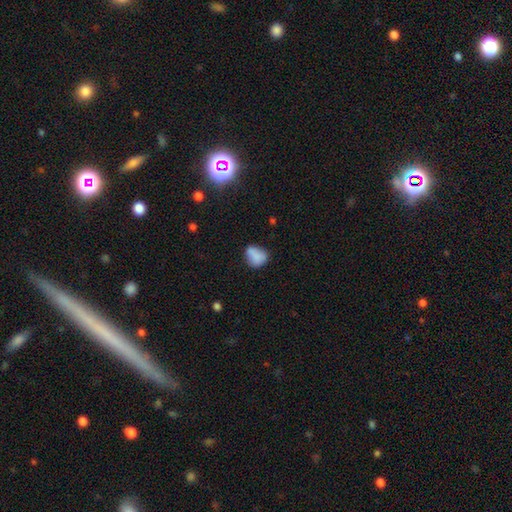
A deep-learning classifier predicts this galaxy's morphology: Overall: smooth (79%). How rounded: round (50%; in between 48%). Merging: none (54%; minor disturbance 28%).